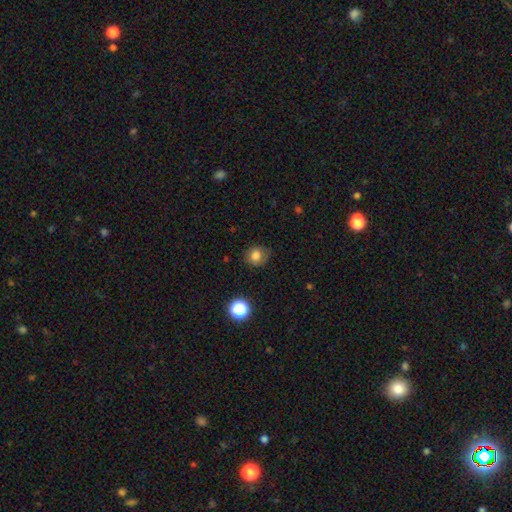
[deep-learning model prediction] Smooth or featured? smooth (79%)
How rounded? round (74%)
Merging? none (72%)